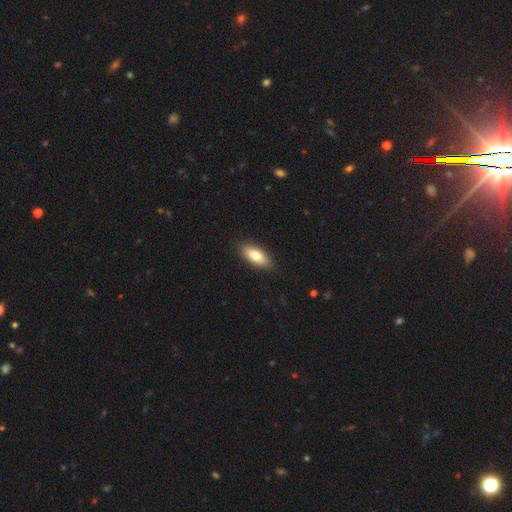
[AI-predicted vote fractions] smooth 79%, featured or disk 15%, star or artifact 6%. Down the decision tree: how rounded — in between (80%); merging — none (89%).